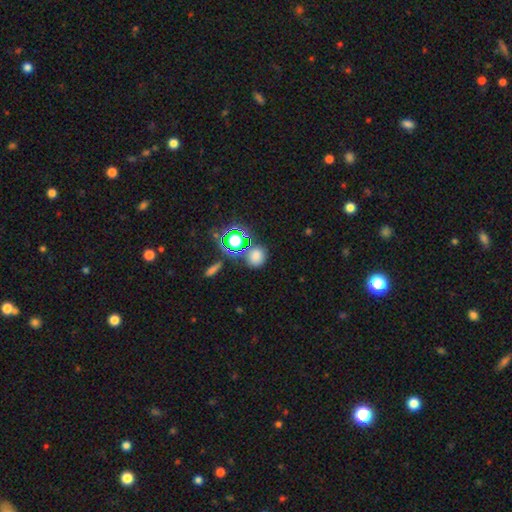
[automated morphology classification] Q: Smooth or featured?
A: smooth (70%); runner-up: star or artifact (23%)
Q: How rounded?
A: round (69%); runner-up: in between (29%)
Q: Merging?
A: none (74%); runner-up: merger (12%)